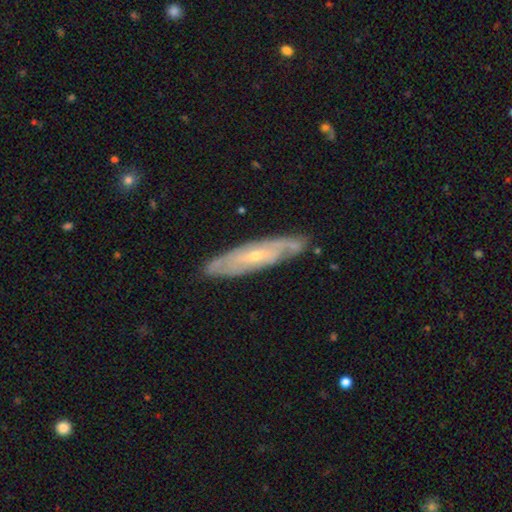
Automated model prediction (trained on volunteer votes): A featured or disk galaxy (76%). Merging: none (80%).